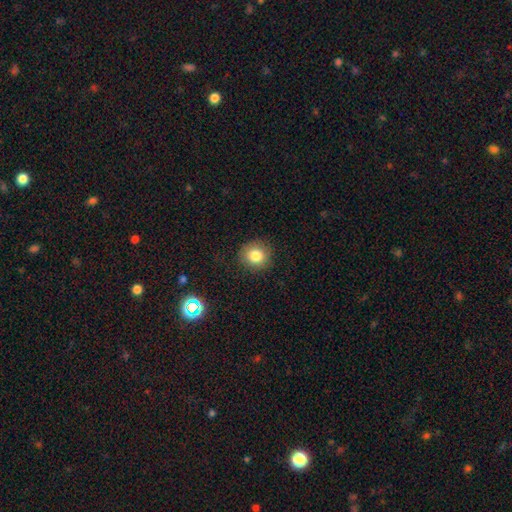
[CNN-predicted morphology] Smooth or featured? Predicted: smooth (p=0.81). How rounded? Predicted: round (p=0.88). Merging? Predicted: none (p=0.88).